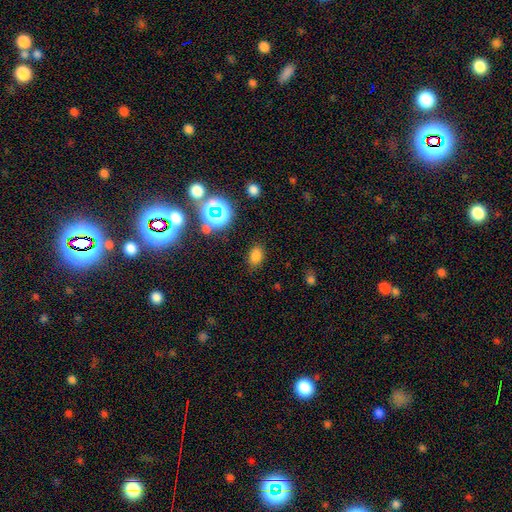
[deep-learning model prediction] This is likely a smooth galaxy (74%). How rounded: clearly in between (81%). Merging: clearly none (84%).